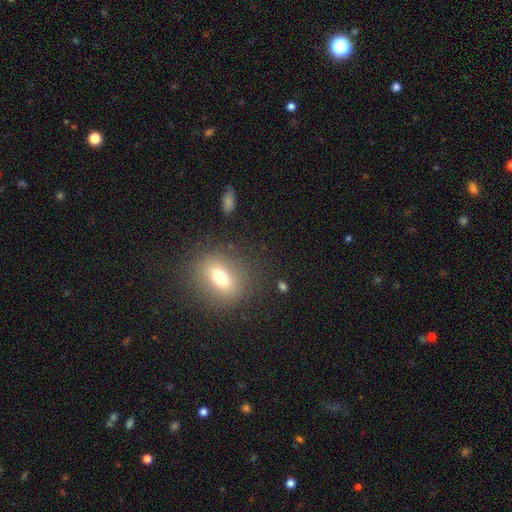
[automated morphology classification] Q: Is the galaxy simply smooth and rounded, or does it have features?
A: smooth — 57%.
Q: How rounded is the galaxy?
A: in between — 51%.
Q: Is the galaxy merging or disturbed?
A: none — 88%.